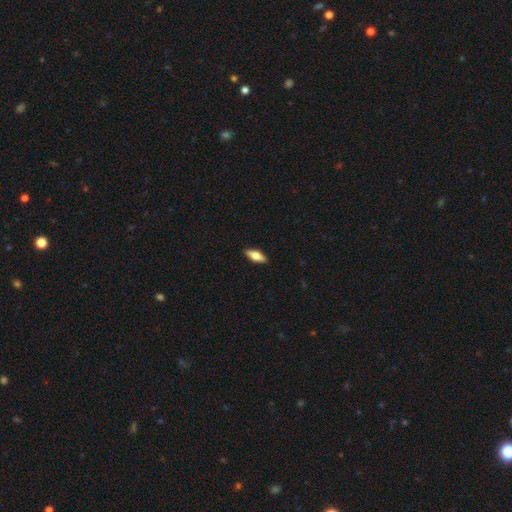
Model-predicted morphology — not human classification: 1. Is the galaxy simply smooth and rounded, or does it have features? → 65% smooth, 29% featured or disk, 6% star or artifact.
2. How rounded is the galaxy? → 75% in between, 22% cigar-shaped, 3% round.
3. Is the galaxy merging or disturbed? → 90% none, 7% minor disturbance, 1% major disturbance, 1% merger.